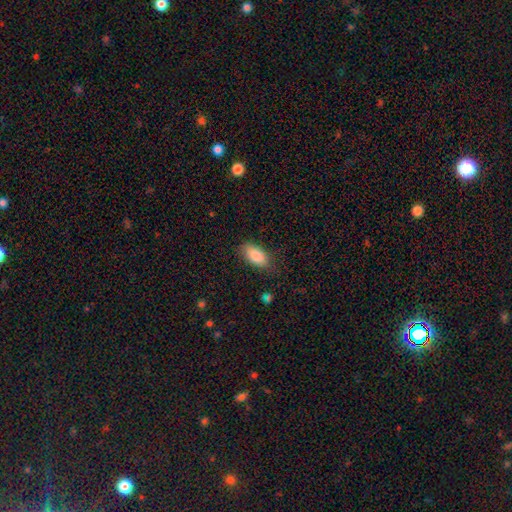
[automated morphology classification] The model was most divided on "merging": none: 79%, minor disturbance: 16%, major disturbance: 4%, merger: 1%. More confident: how rounded — in between (91%); smooth or featured — smooth (86%).